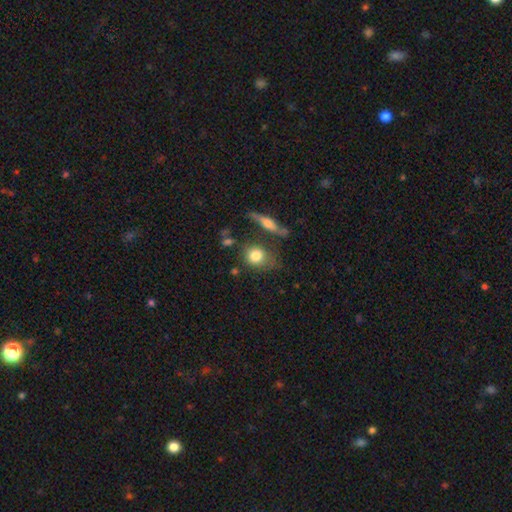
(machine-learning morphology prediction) smooth-or-featured: smooth: 79% | featured or disk: 13% | star or artifact: 8%
  how-rounded: round: 60% | in between: 36% | cigar-shaped: 3%
  merging: none: 60% | minor disturbance: 21% | merger: 11% | major disturbance: 8%